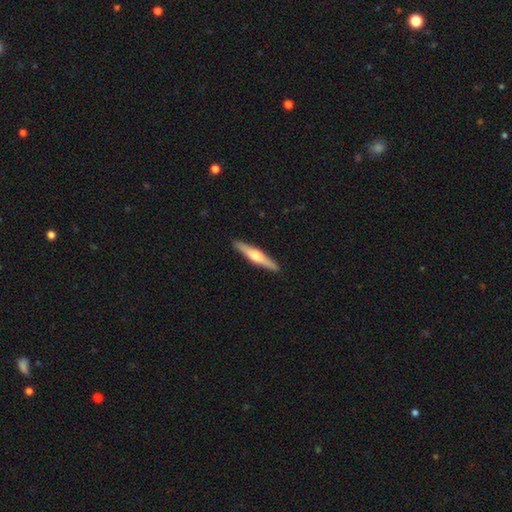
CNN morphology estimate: This is likely a featured or disk galaxy (61%). It is clearly viewed edge-on (97%). Edge-on bulge: clearly rounded (92%). Merging: clearly none (92%).